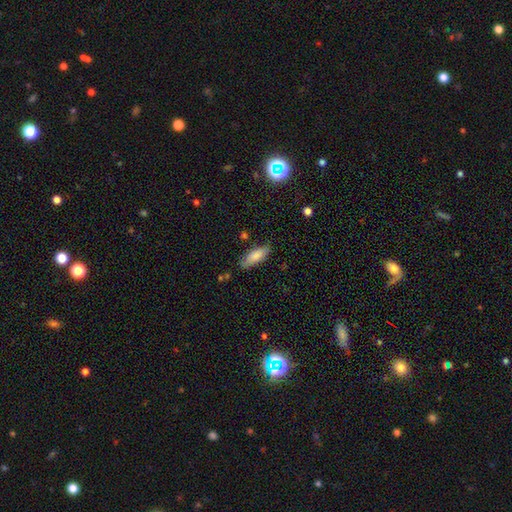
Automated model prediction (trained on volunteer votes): Smooth or featured?
  - smooth: 83% *
  - featured or disk: 11%
  - star or artifact: 6%
How rounded?
  - in between: 71% *
  - cigar-shaped: 27%
  - round: 2%
Merging?
  - none: 76% *
  - minor disturbance: 18%
  - major disturbance: 3%
  - merger: 2%